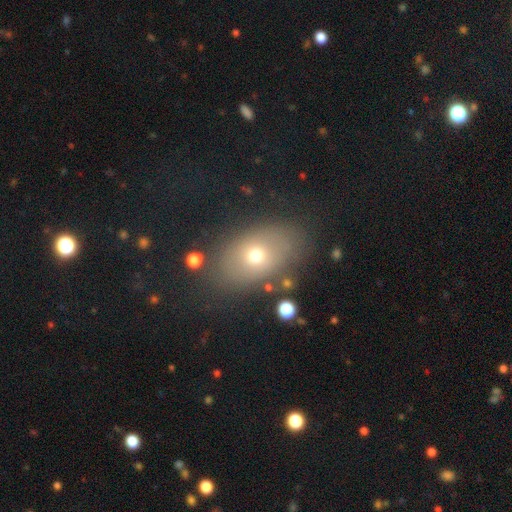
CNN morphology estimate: smooth_or_featured: smooth (p=0.64) [alt: featured or disk p=0.22]
how_rounded: in between (p=0.79) [alt: round p=0.20]
merging: none (p=0.79) [alt: minor disturbance p=0.12]